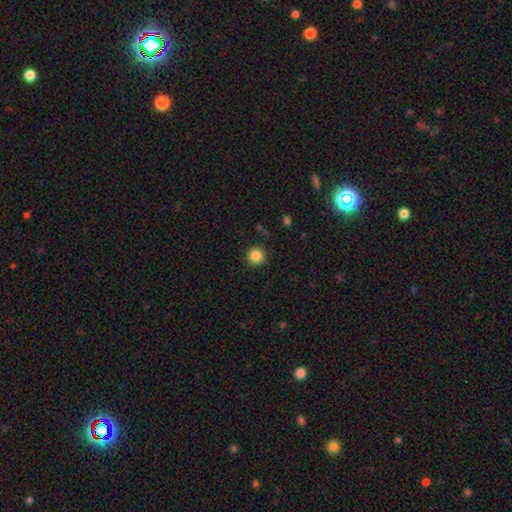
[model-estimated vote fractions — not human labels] Smooth or featured? smooth (85%)
How rounded? round (95%)
Merging? none (91%)